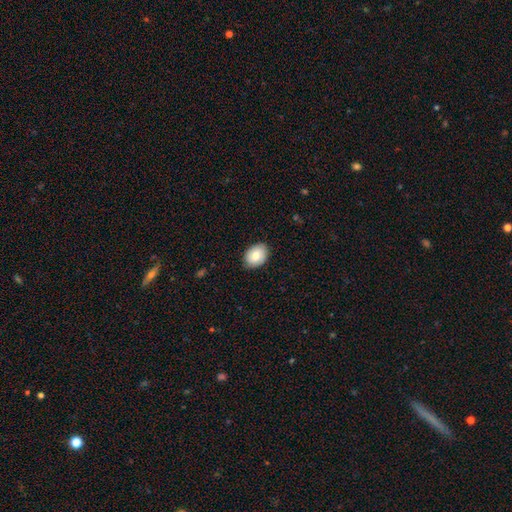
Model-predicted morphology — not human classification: Q: Smooth or featured?
A: smooth (76%); runner-up: featured or disk (17%)
Q: How rounded?
A: in between (71%); runner-up: round (28%)
Q: Merging?
A: none (84%); runner-up: minor disturbance (13%)